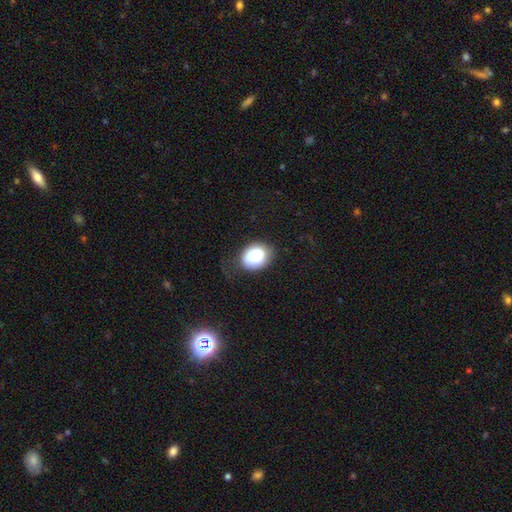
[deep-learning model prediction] The model was most divided on "how rounded": in between: 65%, round: 34%, cigar-shaped: 1%. More confident: smooth or featured — smooth (85%); merging — none (66%).